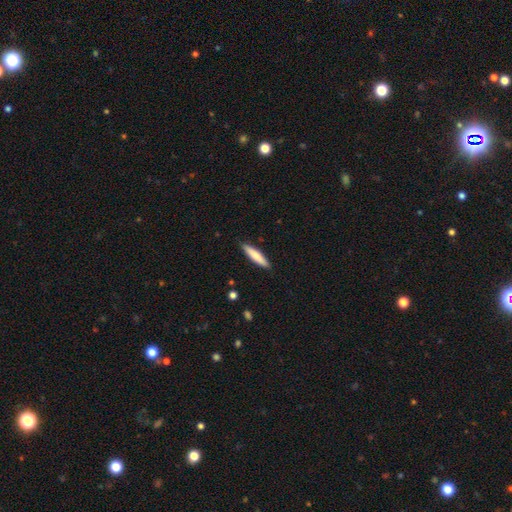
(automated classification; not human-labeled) smooth 78%, featured or disk 17%, star or artifact 5%. Down the decision tree: how rounded — cigar-shaped (83%); merging — none (89%).